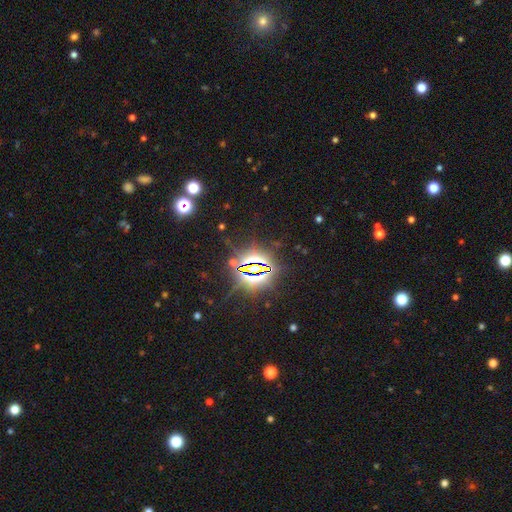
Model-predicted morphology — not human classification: smooth-or-featured: star or artifact: 84% | smooth: 9% | featured or disk: 7%